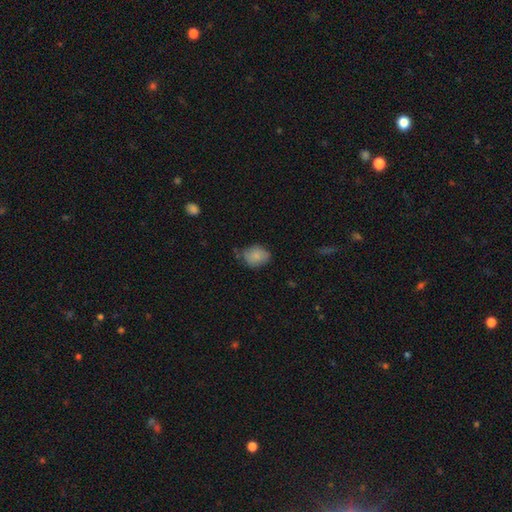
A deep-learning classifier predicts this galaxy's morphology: Smooth or featured: smooth — 82% (featured or disk — 10%)
How rounded: in between — 57% (round — 42%)
Merging: none — 63% (minor disturbance — 28%)